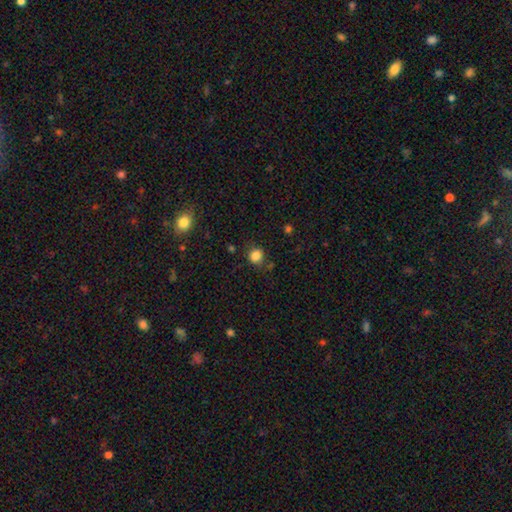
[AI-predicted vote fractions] This is clearly a smooth galaxy (84%). How rounded: clearly round (84%). Merging: likely none (80%).